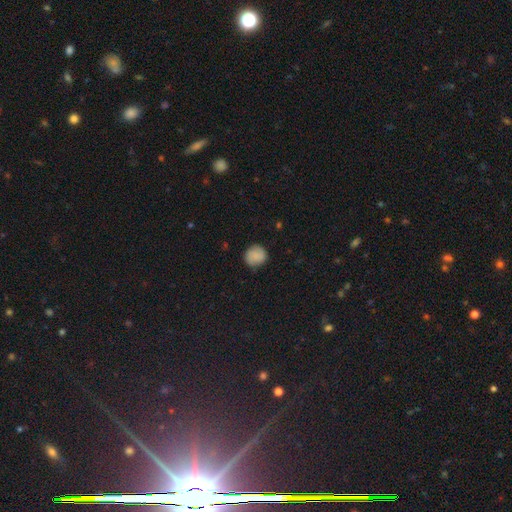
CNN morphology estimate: This is clearly a smooth galaxy (85%). How rounded: clearly round (88%). Merging: clearly none (82%).